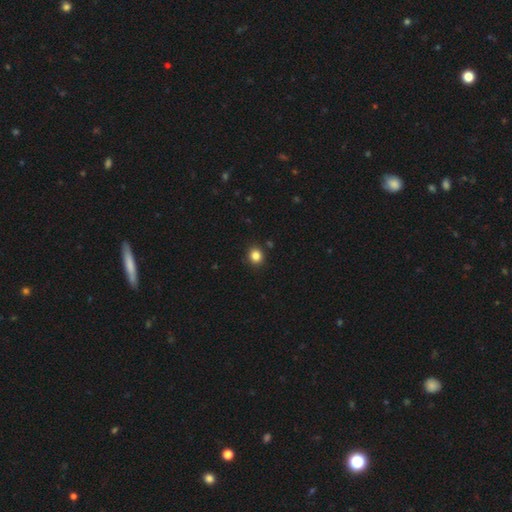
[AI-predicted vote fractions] Overall: smooth (84%). How rounded: round (79%). Merging: none (90%).